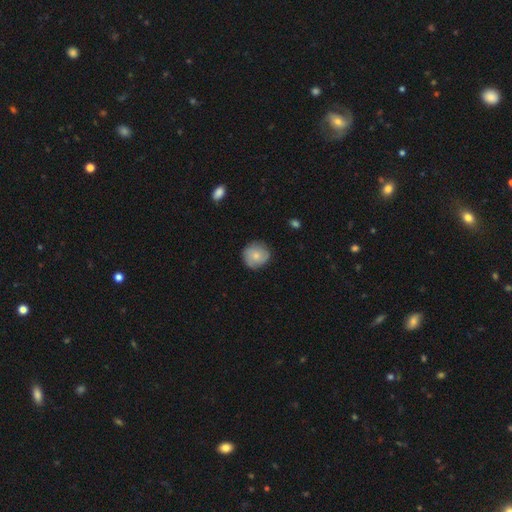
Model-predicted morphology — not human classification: The model was most divided on "smooth or featured": smooth: 64%, featured or disk: 29%, star or artifact: 7%. More confident: how rounded — round (89%); merging — none (78%).